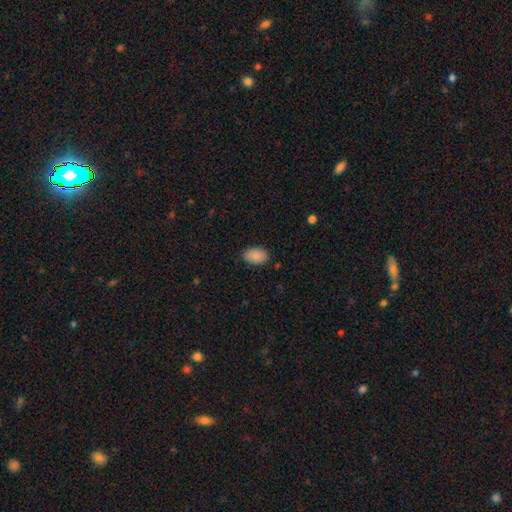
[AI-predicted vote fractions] Q: Smooth or featured?
A: smooth (89%); runner-up: star or artifact (7%)
Q: How rounded?
A: in between (91%); runner-up: round (8%)
Q: Merging?
A: none (86%); runner-up: minor disturbance (11%)